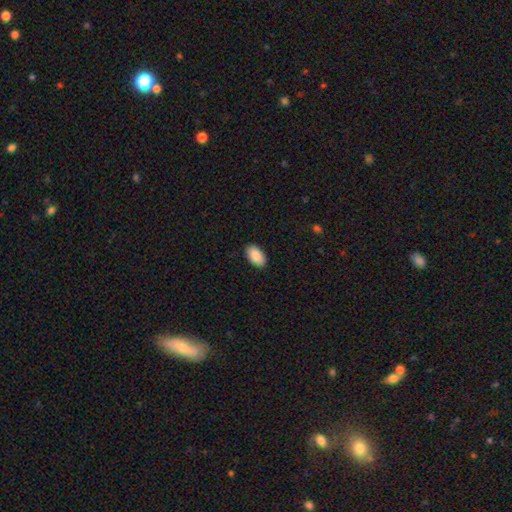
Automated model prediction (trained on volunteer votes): smooth_or_featured: smooth (p=0.88) [alt: star or artifact p=0.06]
how_rounded: in between (p=0.95) [alt: round p=0.04]
merging: none (p=0.89) [alt: minor disturbance p=0.08]